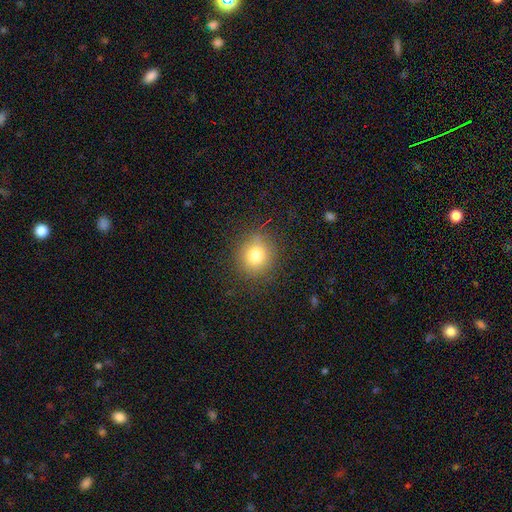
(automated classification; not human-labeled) Smooth or featured? smooth (79%)
How rounded? round (85%)
Merging? none (84%)